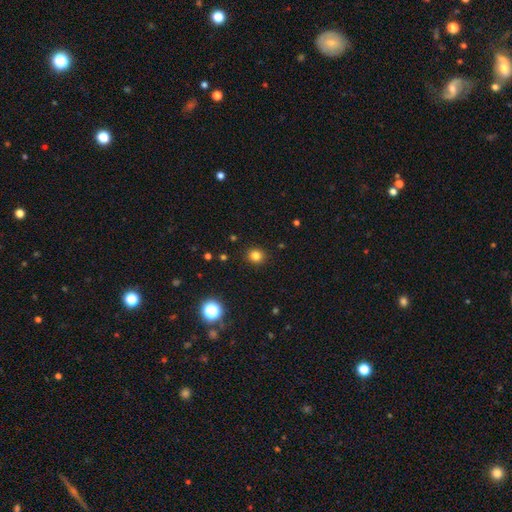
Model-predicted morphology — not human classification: type=smooth (81%); roundness=round (86%); merging=none (91%).